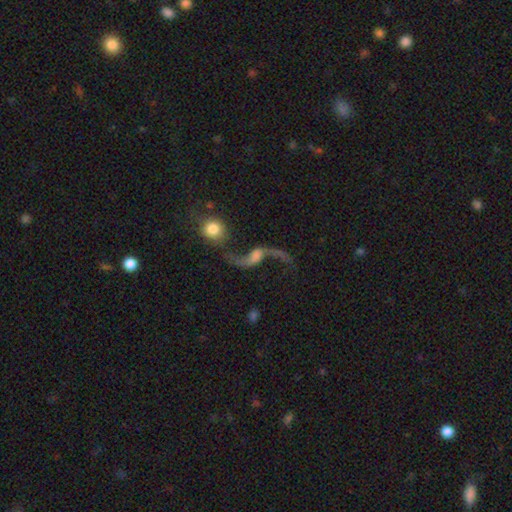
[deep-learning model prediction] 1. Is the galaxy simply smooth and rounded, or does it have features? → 86% featured or disk, 8% smooth, 6% star or artifact.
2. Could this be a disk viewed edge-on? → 95% no, 5% yes.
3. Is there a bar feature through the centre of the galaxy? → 48% no, 37% weak, 15% strong.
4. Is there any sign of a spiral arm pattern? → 95% yes, 5% no.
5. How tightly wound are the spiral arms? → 95% loose, 4% medium, 1% tight.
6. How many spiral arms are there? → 93% 2, 3% 1, 1% can't tell, 1% 3, 1% 4, 1% more than 4.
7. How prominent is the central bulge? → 32% moderate, 26% small, 21% none, 16% large, 4% dominant.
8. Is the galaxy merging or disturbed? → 55% none, 16% major disturbance, 16% merger, 14% minor disturbance.